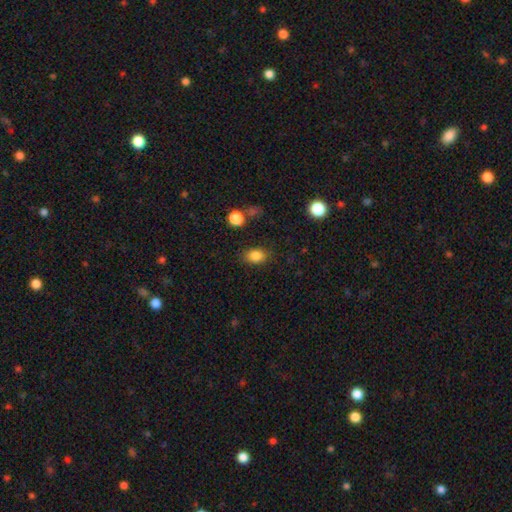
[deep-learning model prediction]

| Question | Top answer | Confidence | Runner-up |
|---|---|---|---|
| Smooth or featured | smooth | 85% | star or artifact (10%) |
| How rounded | in between | 75% | round (24%) |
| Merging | none | 81% | minor disturbance (13%) |